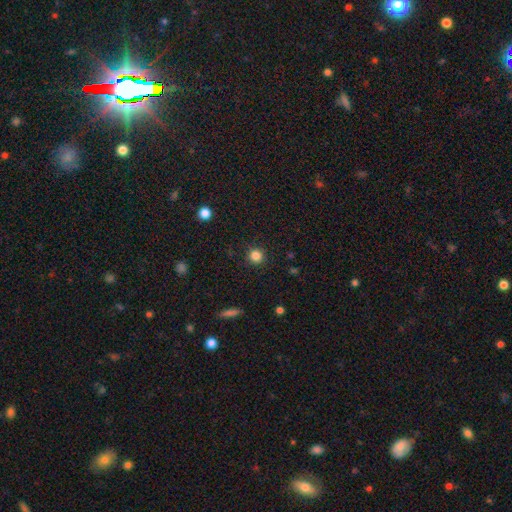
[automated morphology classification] Smooth or featured? Predicted: smooth (p=0.84). How rounded? Predicted: round (p=0.94). Merging? Predicted: none (p=0.90).